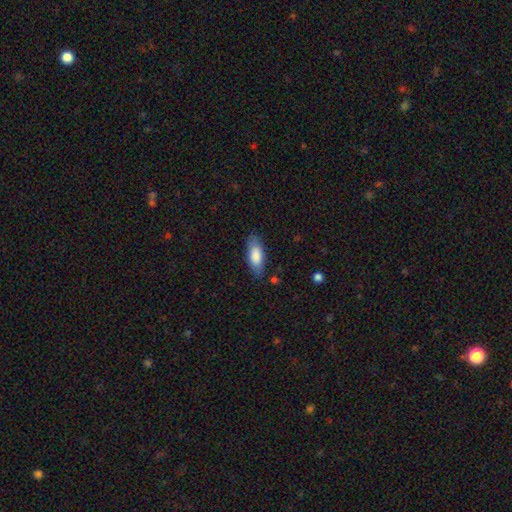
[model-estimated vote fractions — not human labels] Smooth or featured? smooth (81%)
How rounded? in between (76%)
Merging? none (81%)